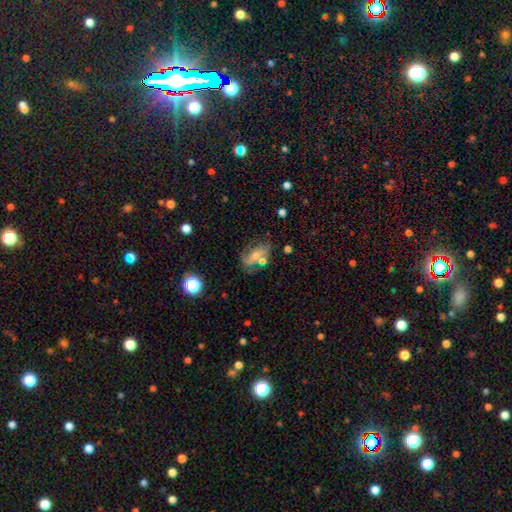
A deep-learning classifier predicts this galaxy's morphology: Smooth or featured? Predicted: featured or disk (p=0.53). Edge-on disk? Predicted: no (p=0.88). Merging? Predicted: none (p=0.54).